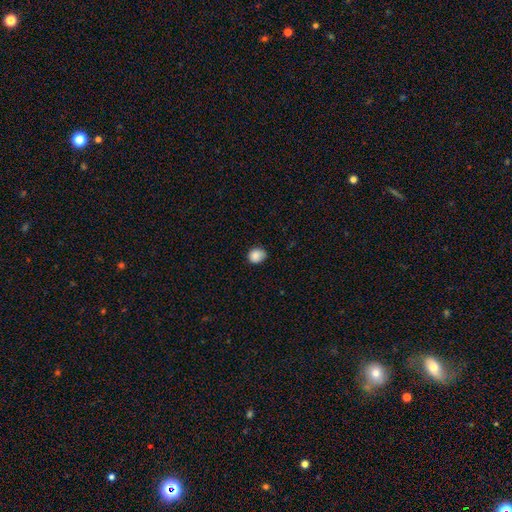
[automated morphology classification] Smooth or featured?
  - smooth: 87% *
  - star or artifact: 9%
  - featured or disk: 4%
How rounded?
  - round: 74% *
  - in between: 25%
  - cigar-shaped: 1%
Merging?
  - none: 73% *
  - minor disturbance: 23%
  - major disturbance: 3%
  - merger: 1%